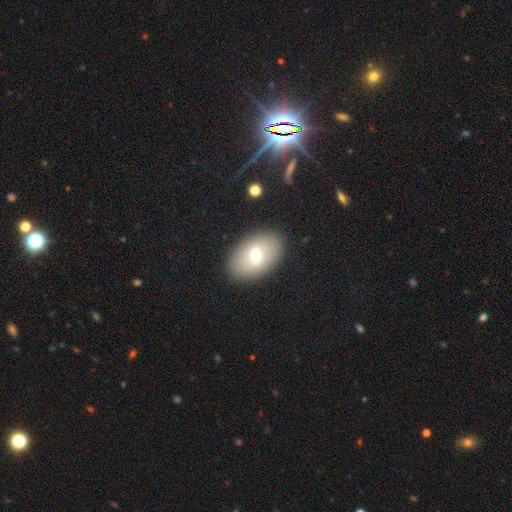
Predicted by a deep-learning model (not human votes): smooth-or-featured: smooth: 66% | featured or disk: 25% | star or artifact: 8%
  how-rounded: in between: 88% | round: 10% | cigar-shaped: 1%
  merging: none: 88% | minor disturbance: 8% | major disturbance: 3% | merger: 1%